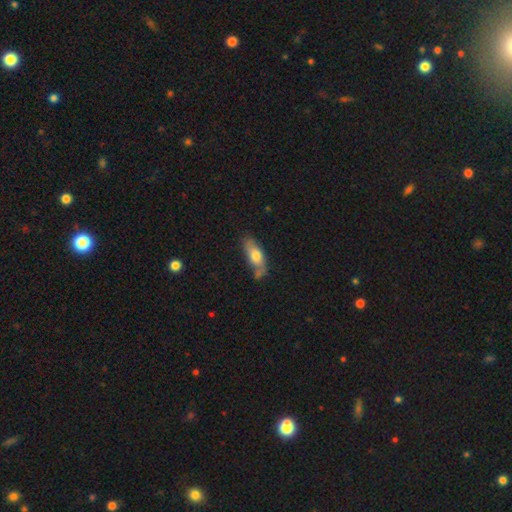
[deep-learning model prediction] This is likely a smooth galaxy (68%). How rounded: likely in between (73%). Merging: possibly none (57%).